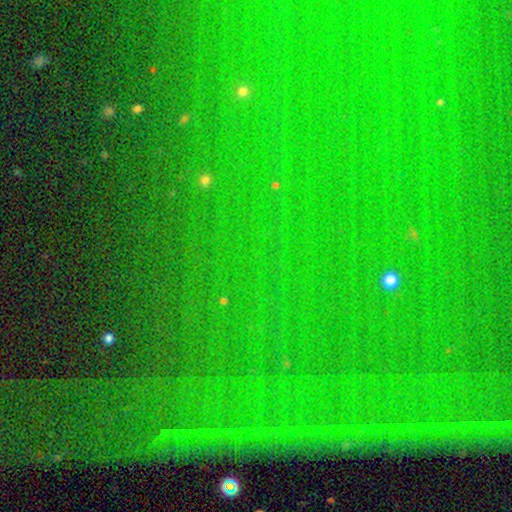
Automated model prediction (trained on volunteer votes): This is clearly a star or artifact rather than a galaxy (85%).